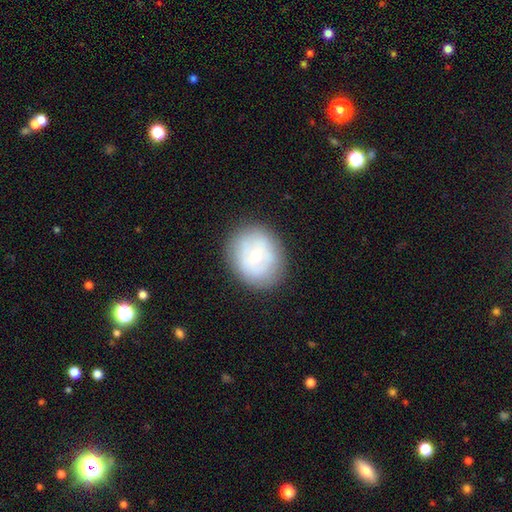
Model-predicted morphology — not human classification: This appears to be a smooth galaxy with no disk features (49%). Merging: none (81%).